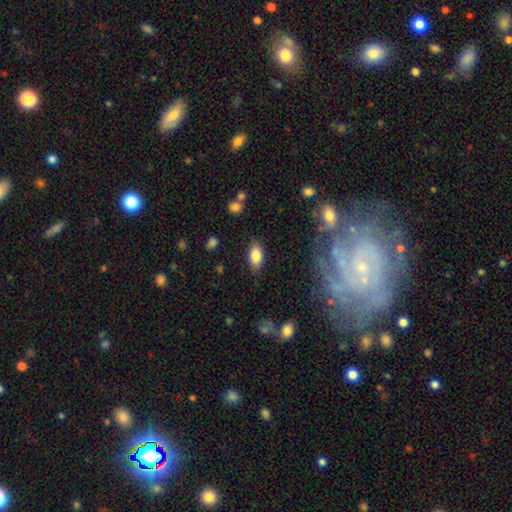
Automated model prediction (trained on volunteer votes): Smooth or featured? smooth (84%)
How rounded? in between (92%)
Merging? none (83%)